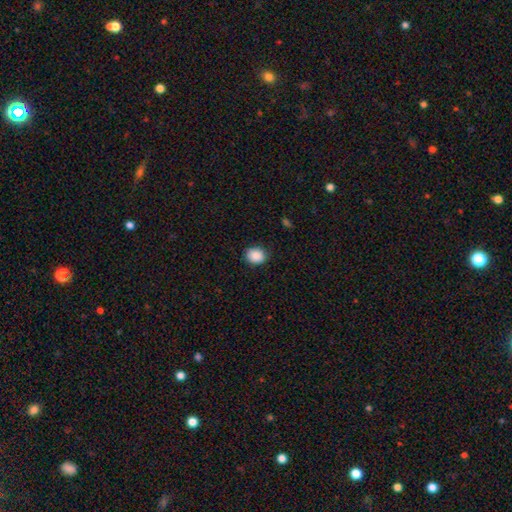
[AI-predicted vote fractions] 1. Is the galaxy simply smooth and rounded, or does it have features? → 89% smooth, 8% star or artifact, 3% featured or disk.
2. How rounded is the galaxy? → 67% round, 32% in between, 1% cigar-shaped.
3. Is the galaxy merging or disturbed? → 84% none, 12% minor disturbance, 3% major disturbance, 1% merger.